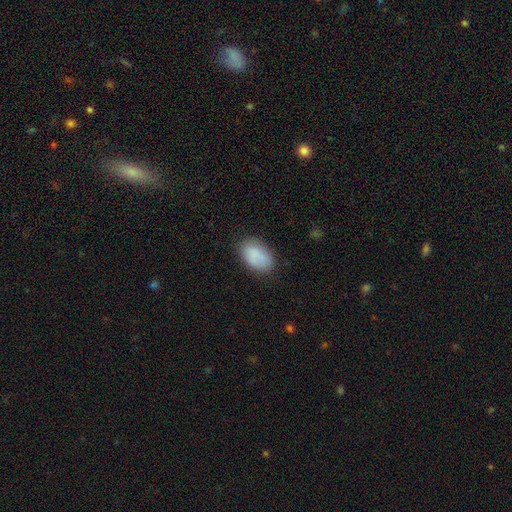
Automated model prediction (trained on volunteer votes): Smooth or featured: smooth — 85% (featured or disk — 8%)
How rounded: in between — 90% (round — 9%)
Merging: none — 79% (minor disturbance — 16%)